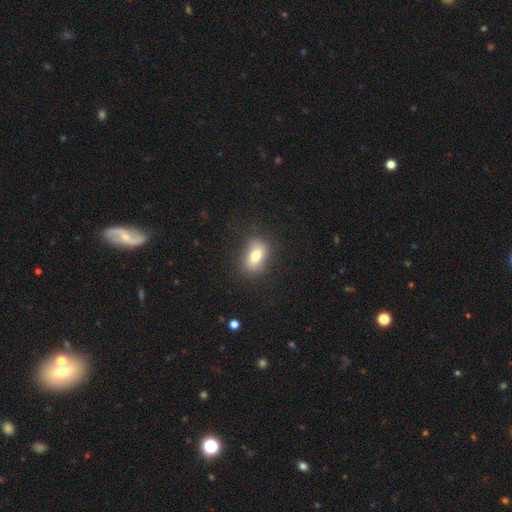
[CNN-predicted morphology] Smooth or featured: smooth — 78% (featured or disk — 13%)
How rounded: in between — 81% (round — 16%)
Merging: none — 82% (minor disturbance — 13%)